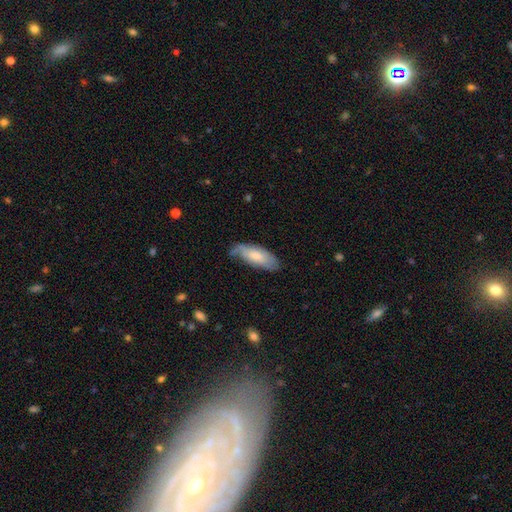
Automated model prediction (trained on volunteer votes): The model was most divided on "smooth or featured": smooth: 56%, featured or disk: 38%, star or artifact: 6%. More confident: how rounded — in between (78%); merging — none (60%).